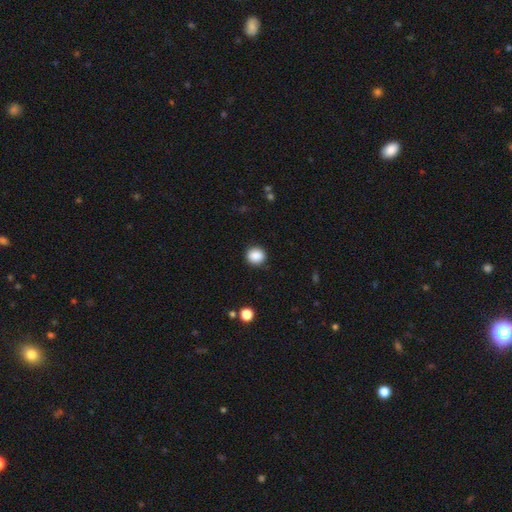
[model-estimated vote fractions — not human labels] smooth-or-featured: smooth: 88% | star or artifact: 9% | featured or disk: 3%
  how-rounded: round: 81% | in between: 18% | cigar-shaped: 1%
  merging: none: 89% | minor disturbance: 7% | major disturbance: 2% | merger: 1%